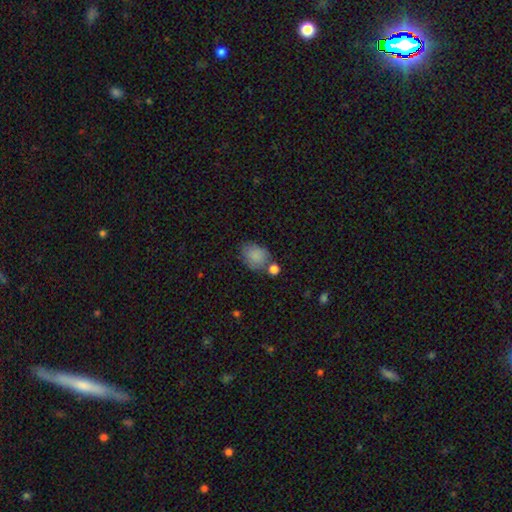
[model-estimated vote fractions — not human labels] This appears to be a smooth galaxy with no disk features (84%) that is in between round and cigar-shaped (64%). Merging: none (59%).